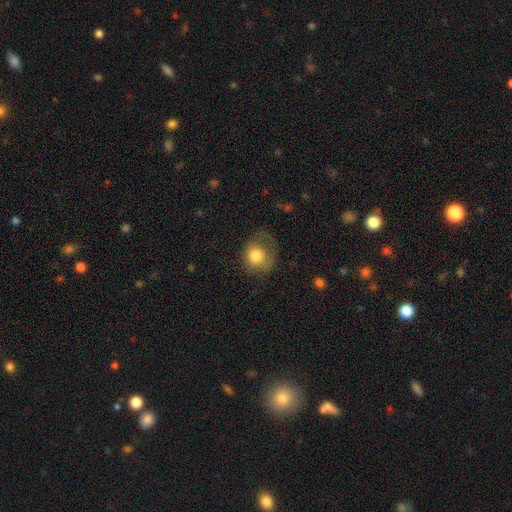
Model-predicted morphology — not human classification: Overall: smooth (75%). How rounded: round (75%). Merging: none (43%; major disturbance 29%).